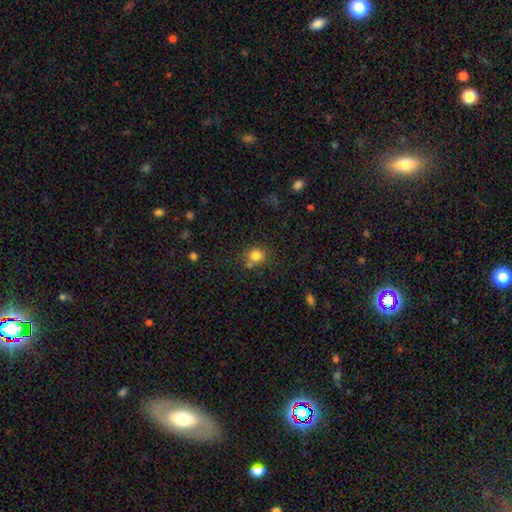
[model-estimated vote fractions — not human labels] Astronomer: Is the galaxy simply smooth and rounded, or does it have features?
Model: smooth — 81%.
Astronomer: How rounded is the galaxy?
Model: round — 84%.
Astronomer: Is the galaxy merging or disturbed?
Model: none — 68%.